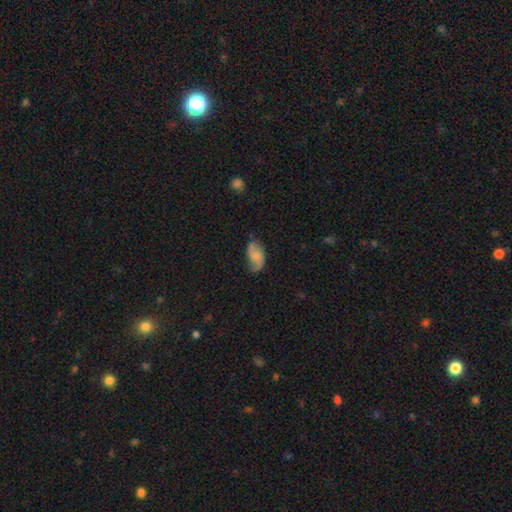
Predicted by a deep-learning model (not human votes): Smooth or featured: smooth — 53% (featured or disk — 39%)
How rounded: in between — 92% (round — 5%)
Merging: none — 64% (minor disturbance — 26%)